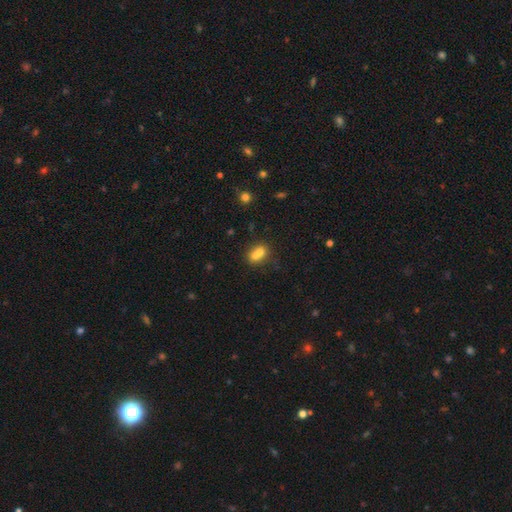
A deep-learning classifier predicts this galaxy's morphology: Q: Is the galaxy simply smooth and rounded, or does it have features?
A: smooth — 69%.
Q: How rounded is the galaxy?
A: round — 52%.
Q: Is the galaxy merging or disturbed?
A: merger — 65%.